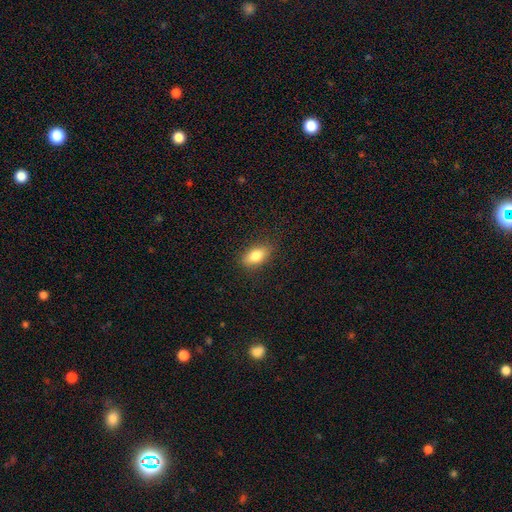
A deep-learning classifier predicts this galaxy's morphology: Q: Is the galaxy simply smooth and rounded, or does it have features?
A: smooth — 83%.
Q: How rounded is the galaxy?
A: in between — 87%.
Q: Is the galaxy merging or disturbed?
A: none — 84%.